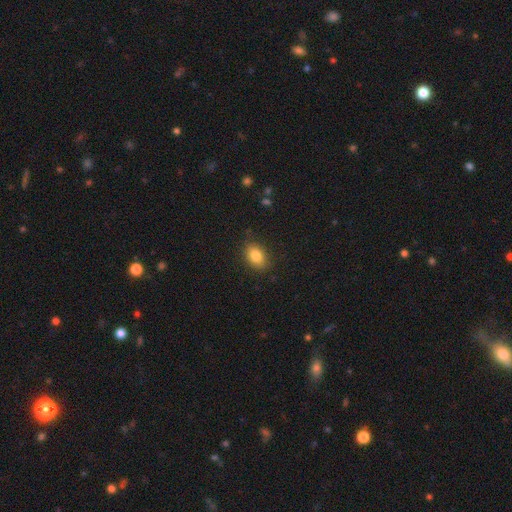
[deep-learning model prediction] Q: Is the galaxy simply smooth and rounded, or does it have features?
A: smooth — 84%.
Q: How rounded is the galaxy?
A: in between — 80%.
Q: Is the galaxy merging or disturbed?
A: none — 83%.